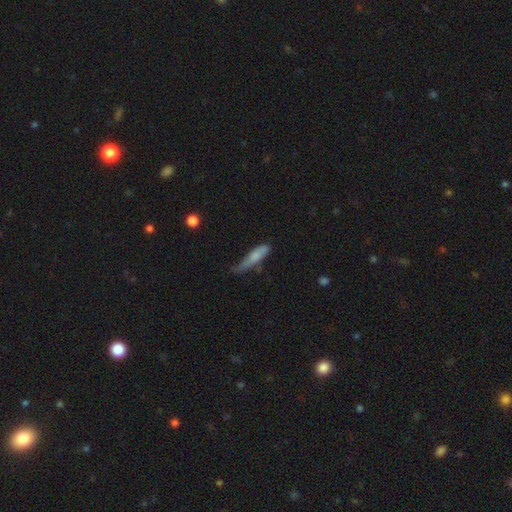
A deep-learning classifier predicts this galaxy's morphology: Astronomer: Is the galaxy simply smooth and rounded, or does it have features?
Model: smooth — 73%.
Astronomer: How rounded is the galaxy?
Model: cigar-shaped — 69%.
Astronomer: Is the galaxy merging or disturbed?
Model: minor disturbance — 42% (runner-up: none, 35%).